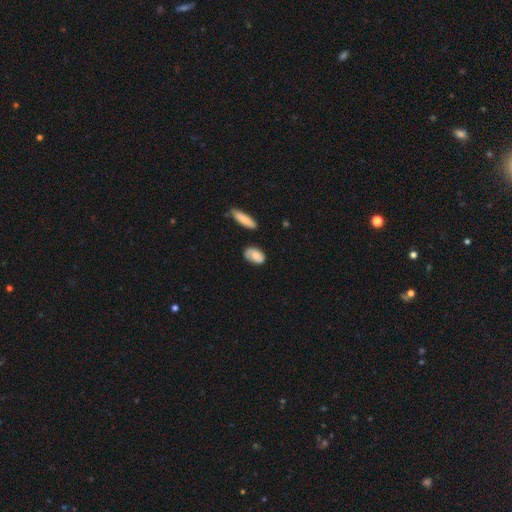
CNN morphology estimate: Smooth or featured? Predicted: smooth (p=0.68). How rounded? Predicted: in between (p=0.87). Merging? Predicted: none (p=0.69).